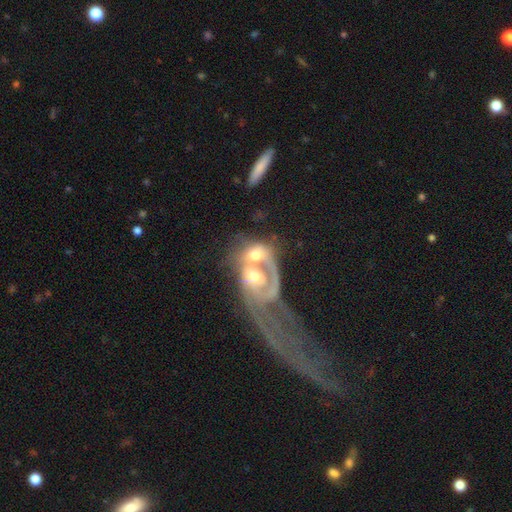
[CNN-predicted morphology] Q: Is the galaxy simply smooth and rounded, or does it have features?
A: featured or disk — 70%.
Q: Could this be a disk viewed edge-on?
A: no — 94%.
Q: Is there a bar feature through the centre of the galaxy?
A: no — 66%.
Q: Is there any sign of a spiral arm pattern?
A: yes — 75%.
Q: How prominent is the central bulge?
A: moderate — 62%.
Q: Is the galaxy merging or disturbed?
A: merger — 76%.